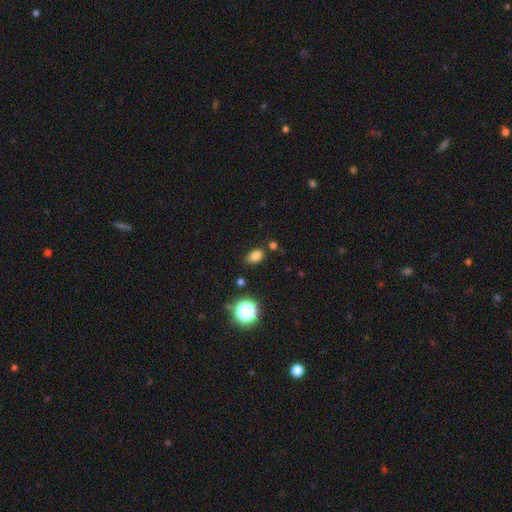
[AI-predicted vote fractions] This is likely a smooth galaxy (79%). How rounded: likely in between (80%). Merging: likely none (77%).